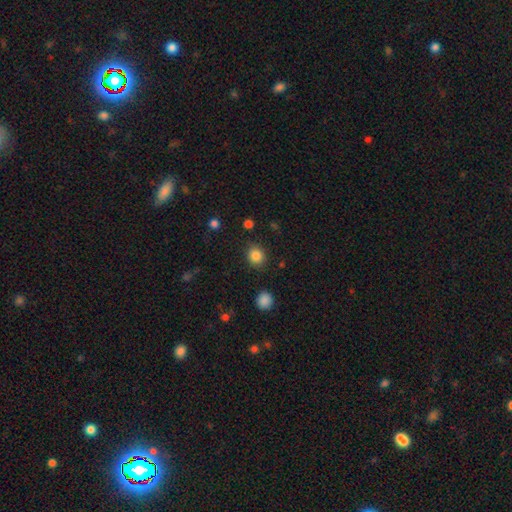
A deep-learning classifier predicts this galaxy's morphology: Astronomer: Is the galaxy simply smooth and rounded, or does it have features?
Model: smooth — 85%.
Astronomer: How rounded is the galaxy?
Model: round — 77%.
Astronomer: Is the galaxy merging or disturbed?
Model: none — 87%.